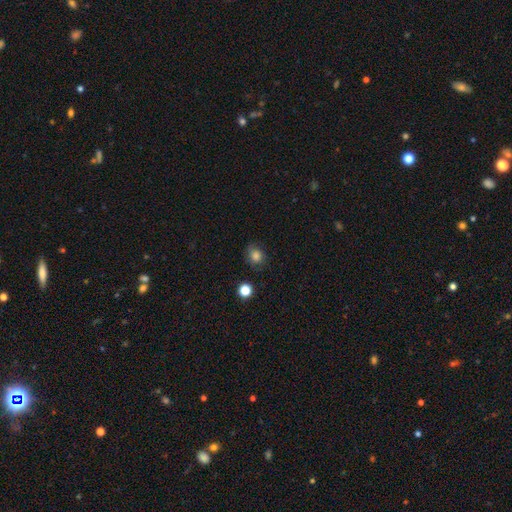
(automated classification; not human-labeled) A smooth galaxy with no disk features (80%) that is round (74%). Merging: none (69%).